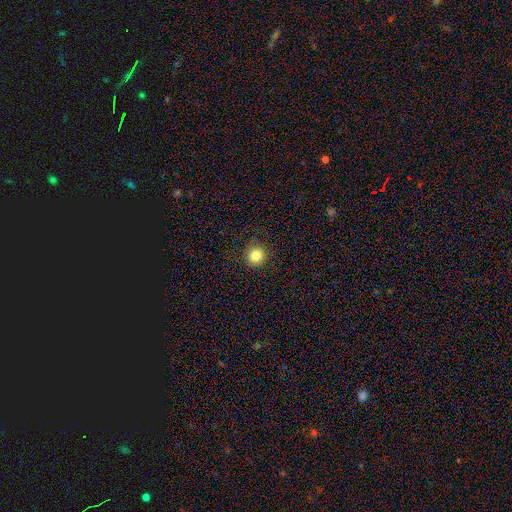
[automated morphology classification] type=smooth (84%); roundness=round (94%); merging=none (89%).